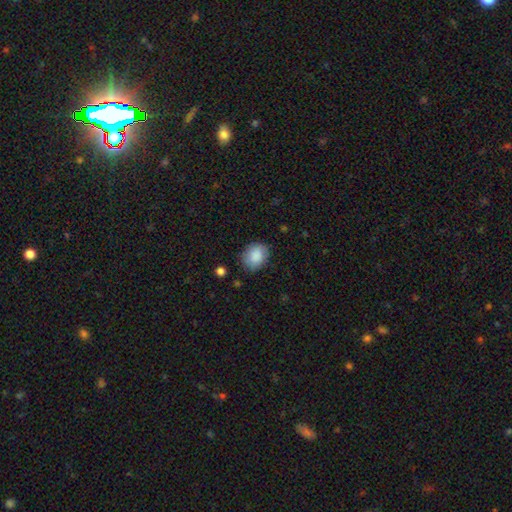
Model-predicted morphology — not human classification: The model was most divided on "how rounded": in between: 51%, round: 48%, cigar-shaped: 1%. More confident: smooth or featured — smooth (88%); merging — none (79%).